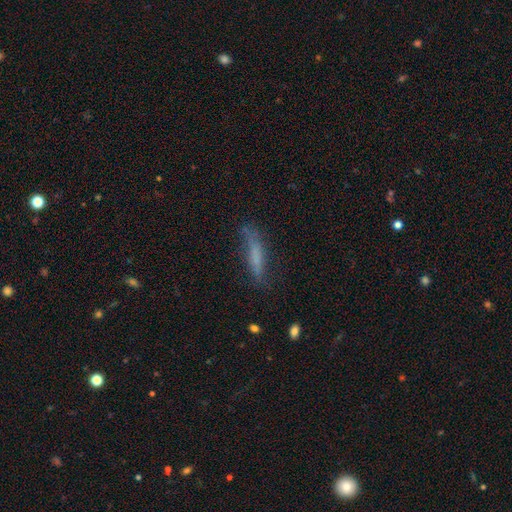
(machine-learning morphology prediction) A smooth galaxy with no disk features (56%) that is cigar-shaped (82%). Merging: none (56%).